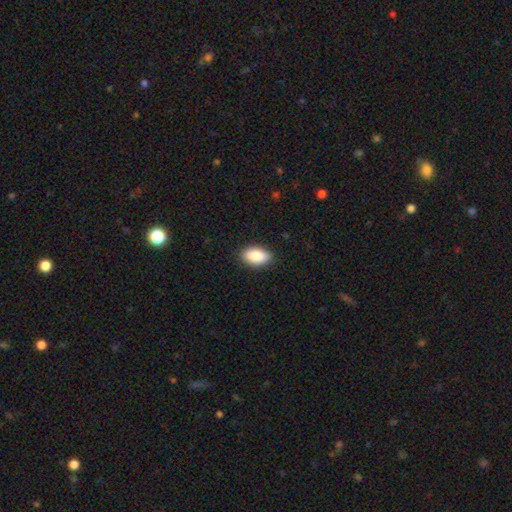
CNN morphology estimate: smooth-or-featured: smooth: 87% | star or artifact: 7% | featured or disk: 7%
  how-rounded: in between: 92% | round: 5% | cigar-shaped: 2%
  merging: none: 88% | minor disturbance: 9% | major disturbance: 2% | merger: 1%